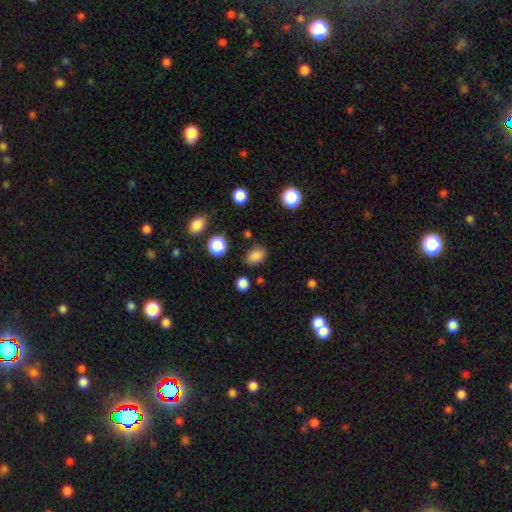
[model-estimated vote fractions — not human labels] Q: Smooth or featured?
A: smooth (84%); runner-up: star or artifact (11%)
Q: How rounded?
A: in between (72%); runner-up: round (26%)
Q: Merging?
A: none (80%); runner-up: minor disturbance (13%)